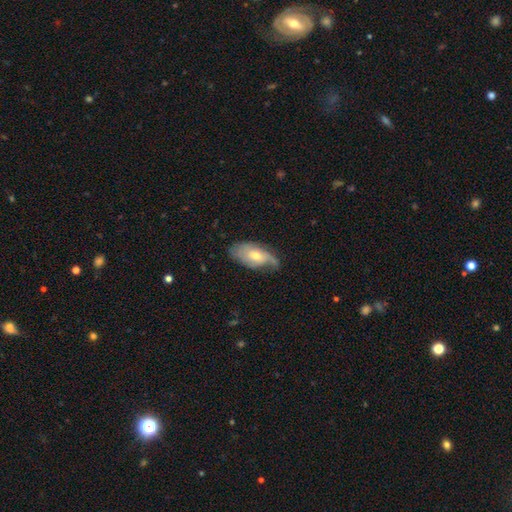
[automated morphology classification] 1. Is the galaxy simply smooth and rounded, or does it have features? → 52% featured or disk, 42% smooth, 7% star or artifact.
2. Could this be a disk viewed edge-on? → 88% no, 12% yes.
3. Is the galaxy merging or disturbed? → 49% none, 34% minor disturbance, 15% major disturbance, 2% merger.